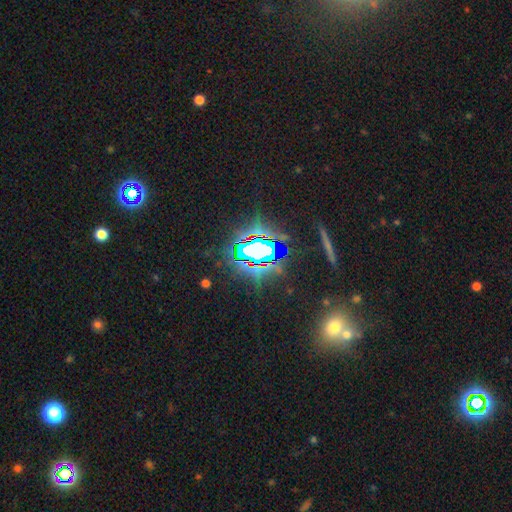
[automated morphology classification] Overall: star or artifact (72%).